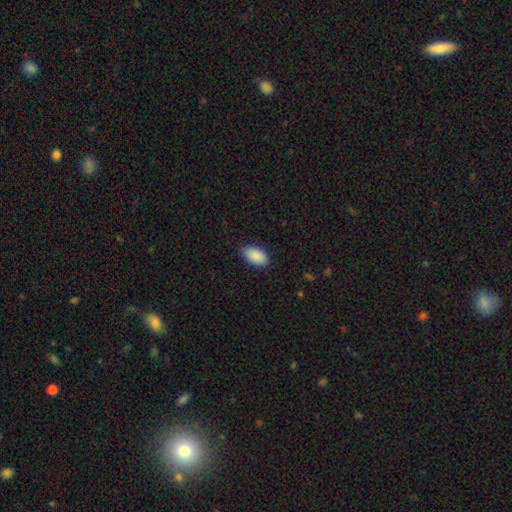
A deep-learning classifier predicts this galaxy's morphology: Smooth or featured?
  - smooth: 89% *
  - star or artifact: 7%
  - featured or disk: 4%
How rounded?
  - in between: 94% *
  - round: 4%
  - cigar-shaped: 2%
Merging?
  - none: 83% *
  - minor disturbance: 14%
  - major disturbance: 2%
  - merger: 1%